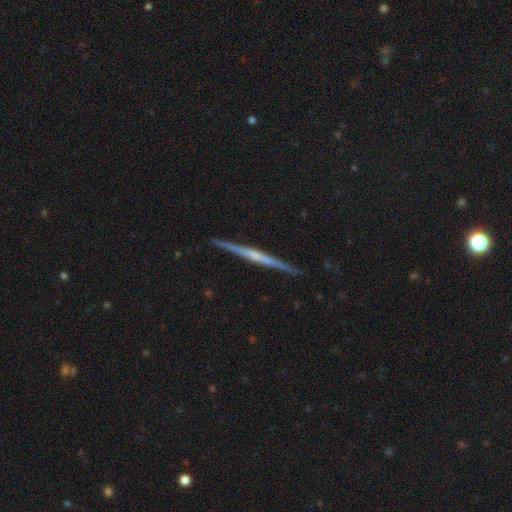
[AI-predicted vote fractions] smooth_or_featured: featured or disk (p=0.78) [alt: smooth p=0.17]
disk_edge_on: yes (p=0.98) [alt: no p=0.02]
edge_on_bulge: rounded (p=0.47) [alt: none p=0.38]
merging: none (p=0.92) [alt: minor disturbance p=0.06]